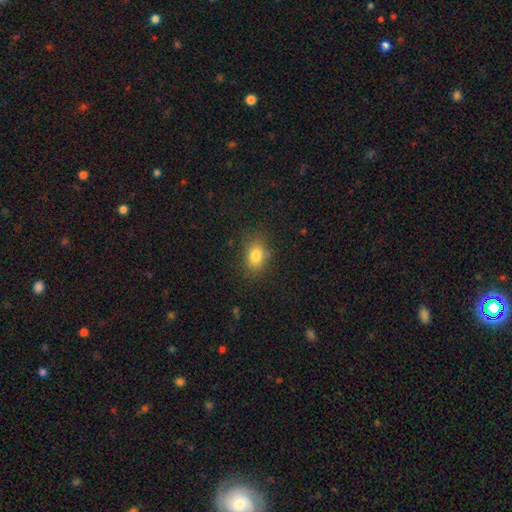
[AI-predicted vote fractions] smooth 82%, star or artifact 11%, featured or disk 7%. Down the decision tree: how rounded — in between (67%); merging — none (79%).